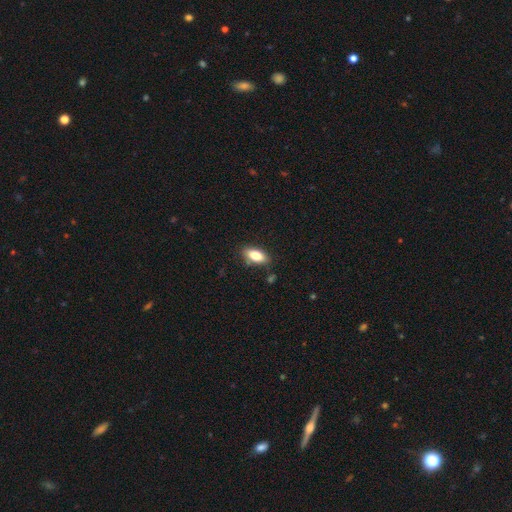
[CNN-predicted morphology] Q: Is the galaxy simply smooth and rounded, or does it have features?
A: smooth — 82%.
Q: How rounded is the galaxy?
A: in between — 88%.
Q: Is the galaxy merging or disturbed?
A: none — 83%.